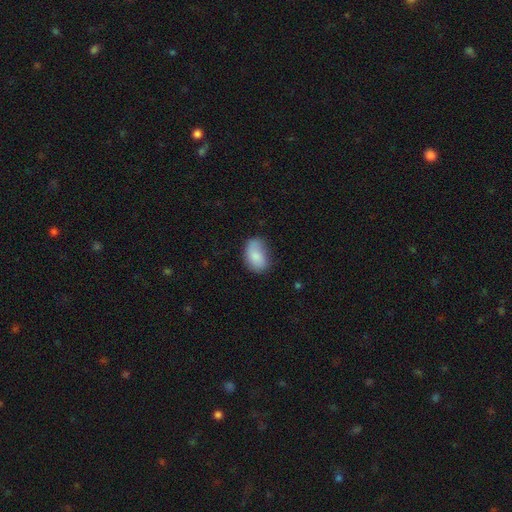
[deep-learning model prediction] Smooth or featured? Predicted: smooth (p=0.82). How rounded? Predicted: in between (p=0.88). Merging? Predicted: none (p=0.56).